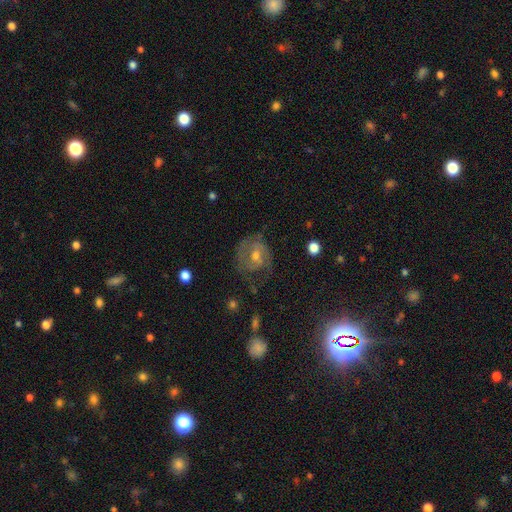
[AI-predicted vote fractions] featured or disk 74%, smooth 16%, star or artifact 9%. Down the decision tree: edge-on disk — no (97%); bar — no (49%); spiral arms — yes (88%); spiral arm count — 2 (55%); spiral winding — medium (44%); bulge size — moderate (59%); merging — none (65%).